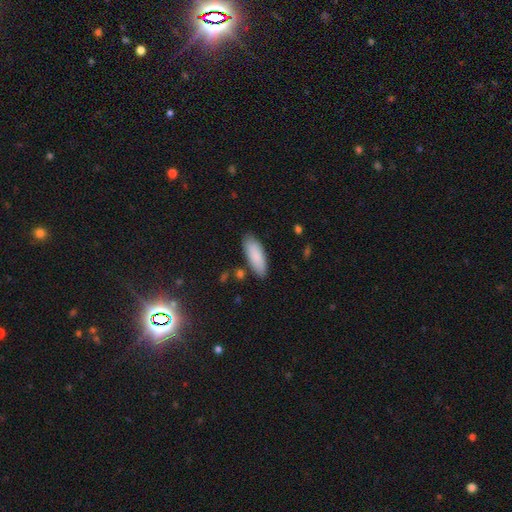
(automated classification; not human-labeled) smooth 87%, featured or disk 8%, star or artifact 6%. Down the decision tree: how rounded — in between (69%); merging — none (83%).